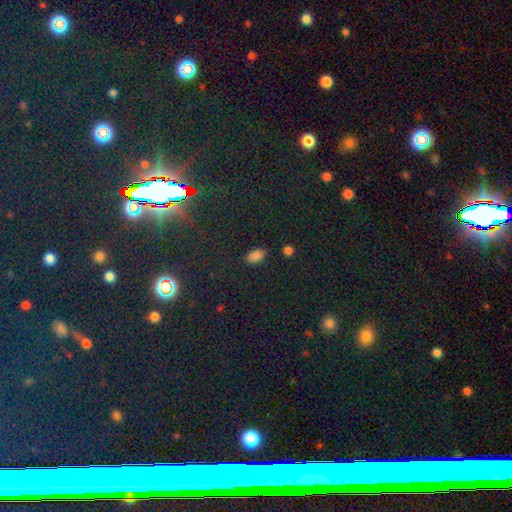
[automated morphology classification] Smooth or featured?
  - smooth: 84% *
  - star or artifact: 12%
  - featured or disk: 4%
How rounded?
  - in between: 93% *
  - round: 4%
  - cigar-shaped: 3%
Merging?
  - none: 84% *
  - minor disturbance: 11%
  - major disturbance: 3%
  - merger: 2%